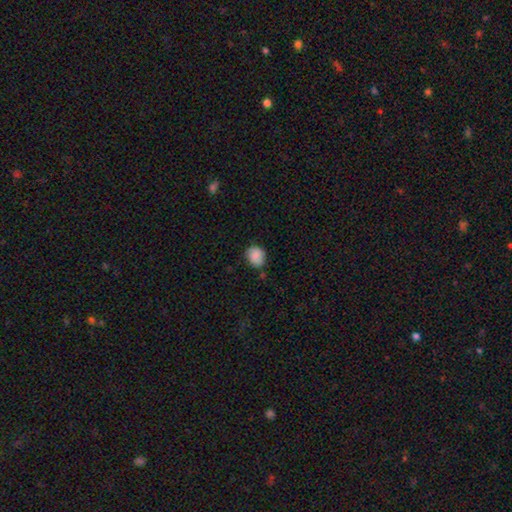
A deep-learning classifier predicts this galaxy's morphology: smooth 82%, featured or disk 10%, star or artifact 8%. Down the decision tree: how rounded — round (66%); merging — none (71%).